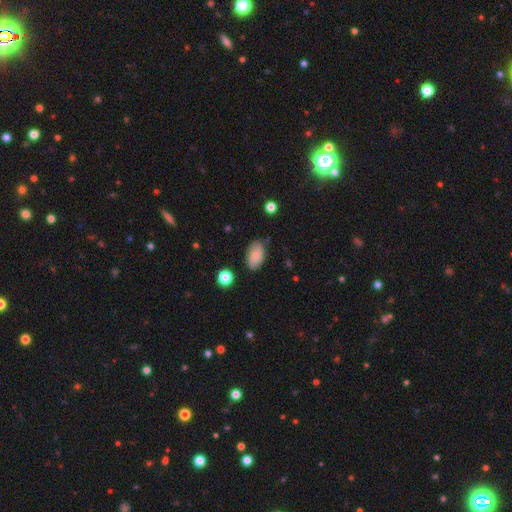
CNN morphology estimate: Smooth or featured: smooth — 80% (featured or disk — 13%)
How rounded: in between — 93% (round — 5%)
Merging: none — 75% (minor disturbance — 19%)